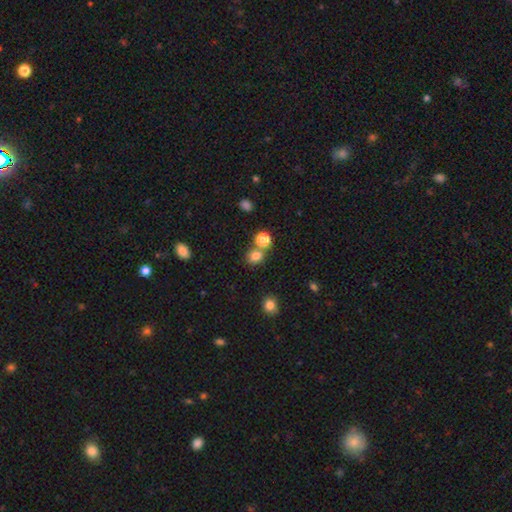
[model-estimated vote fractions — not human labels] A smooth galaxy with no disk features (78%) that is round (63%). Merging: none (60%).